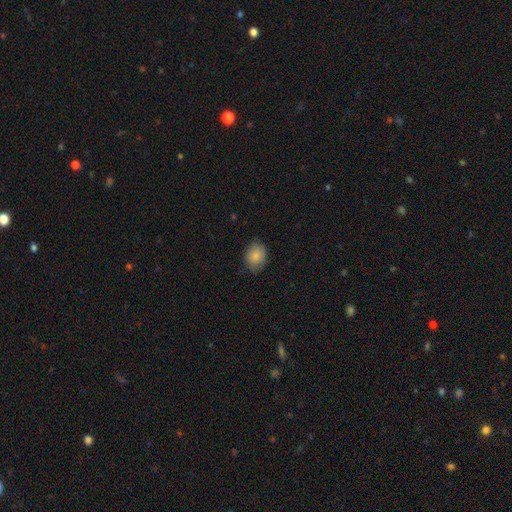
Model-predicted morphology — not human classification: type=smooth (84%); roundness=round (50%); merging=none (76%).